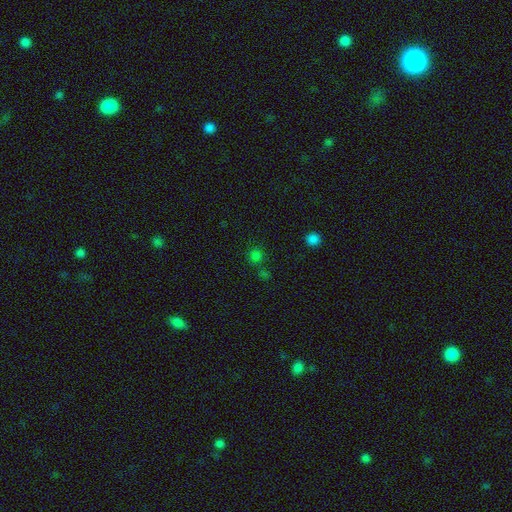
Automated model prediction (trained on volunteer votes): Smooth or featured? smooth (67%)
How rounded? round (90%)
Merging? none (70%)